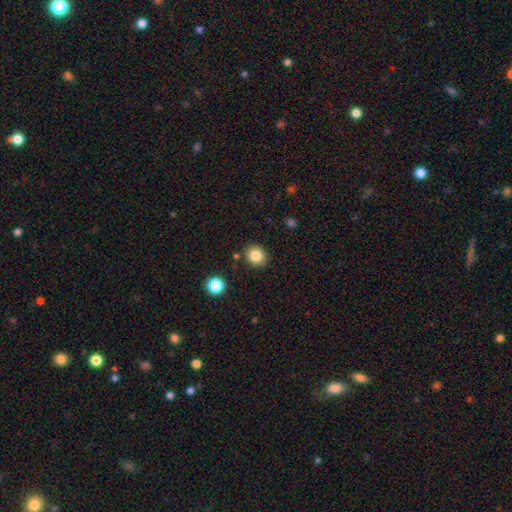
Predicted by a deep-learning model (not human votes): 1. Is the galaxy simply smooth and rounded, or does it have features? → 83% smooth, 10% star or artifact, 6% featured or disk.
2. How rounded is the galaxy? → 78% round, 21% in between, 1% cigar-shaped.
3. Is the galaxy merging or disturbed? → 86% none, 8% minor disturbance, 3% merger, 2% major disturbance.